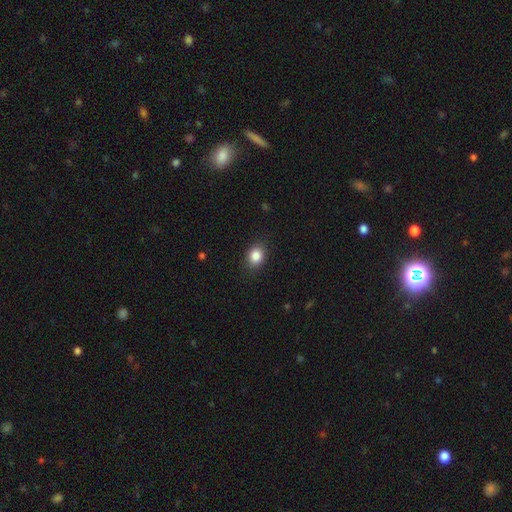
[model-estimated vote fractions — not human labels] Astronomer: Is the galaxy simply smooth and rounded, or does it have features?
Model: smooth — 86%.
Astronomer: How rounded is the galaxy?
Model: in between — 55% (runner-up: round, 43%).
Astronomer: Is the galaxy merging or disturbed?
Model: none — 87%.